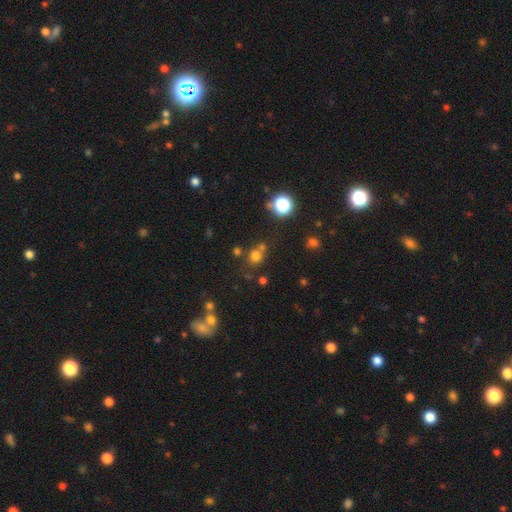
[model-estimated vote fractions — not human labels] smooth-or-featured: smooth: 69% | star or artifact: 24% | featured or disk: 8%
  how-rounded: round: 84% | in between: 14% | cigar-shaped: 1%
  merging: none: 63% | merger: 23% | minor disturbance: 10% | major disturbance: 4%